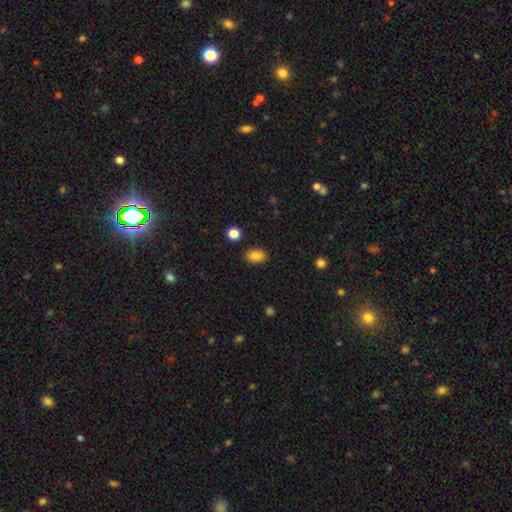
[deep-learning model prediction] Smooth or featured? Predicted: smooth (p=0.85). How rounded? Predicted: in between (p=0.84). Merging? Predicted: none (p=0.86).